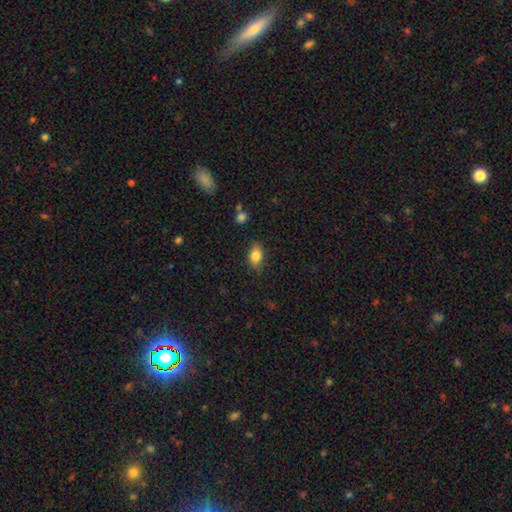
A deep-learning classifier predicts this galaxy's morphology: smooth_or_featured: smooth (p=0.83) [alt: featured or disk p=0.09]
how_rounded: in between (p=0.82) [alt: round p=0.15]
merging: none (p=0.81) [alt: minor disturbance p=0.14]